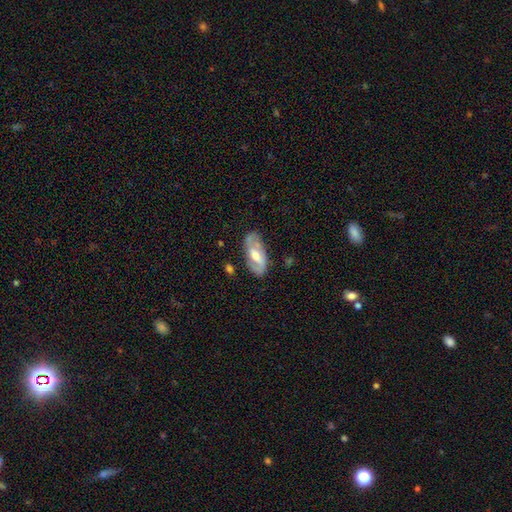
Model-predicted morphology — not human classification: smooth-or-featured: featured or disk: 68% | smooth: 27% | star or artifact: 6%
  disk-edge-on: no: 91% | yes: 9%
    bar: weak: 46% | strong: 30% | no: 24%
    has-spiral-arms: yes: 80% | no: 20%
    bulge-size: moderate: 59% | small: 23% | large: 13% | none: 4% | dominant: 1%
  merging: none: 74% | minor disturbance: 19% | major disturbance: 6% | merger: 2%